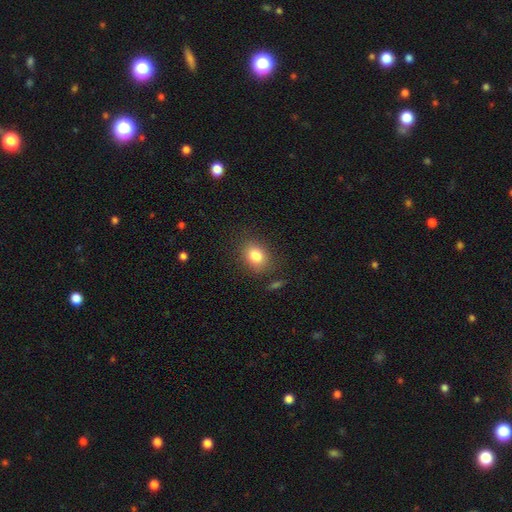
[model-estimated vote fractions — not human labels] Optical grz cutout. It shows a smooth galaxy with no disk features (82%) that is in between round and cigar-shaped (55%). Merging: none (82%).